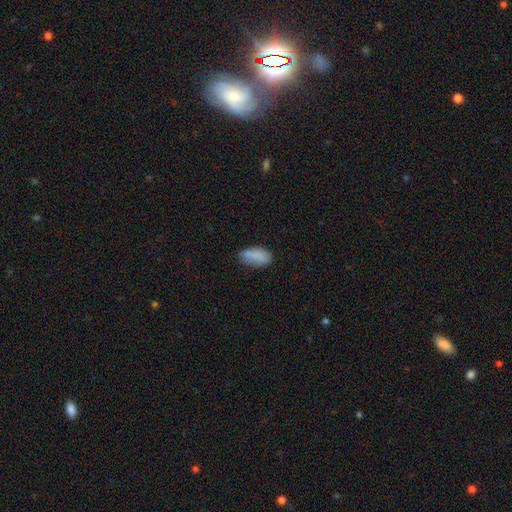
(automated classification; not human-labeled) Q: Smooth or featured?
A: smooth (82%); runner-up: featured or disk (10%)
Q: How rounded?
A: in between (91%); runner-up: cigar-shaped (4%)
Q: Merging?
A: none (61%); runner-up: minor disturbance (26%)